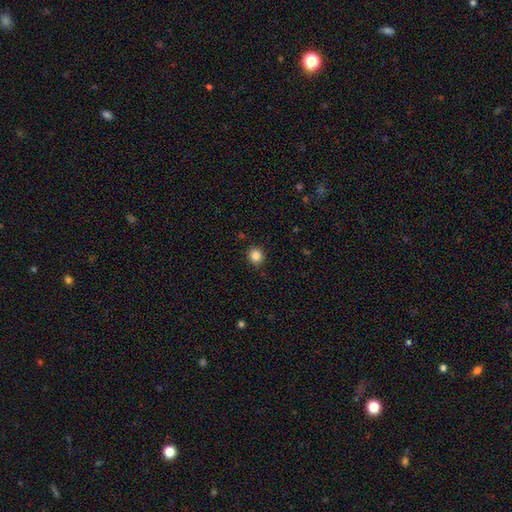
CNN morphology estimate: This is clearly a smooth galaxy (85%). How rounded: clearly round (87%). Merging: clearly none (91%).